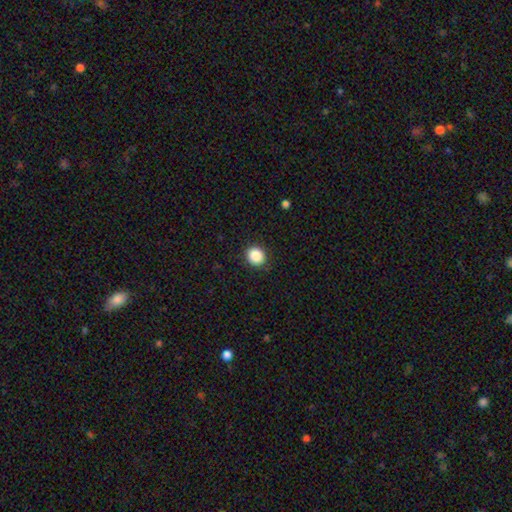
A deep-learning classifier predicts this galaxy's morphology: smooth-or-featured: smooth: 88% | star or artifact: 9% | featured or disk: 3%
  how-rounded: round: 85% | in between: 14% | cigar-shaped: 1%
  merging: none: 90% | minor disturbance: 7% | major disturbance: 2% | merger: 1%